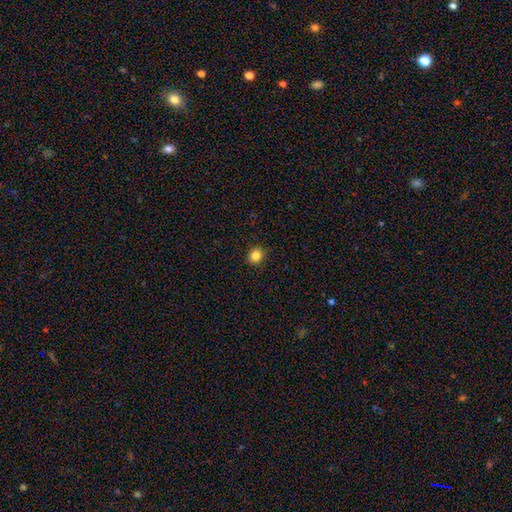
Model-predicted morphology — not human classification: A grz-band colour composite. It shows a smooth galaxy with no disk features (84%) that is round (80%). Merging: none (91%).